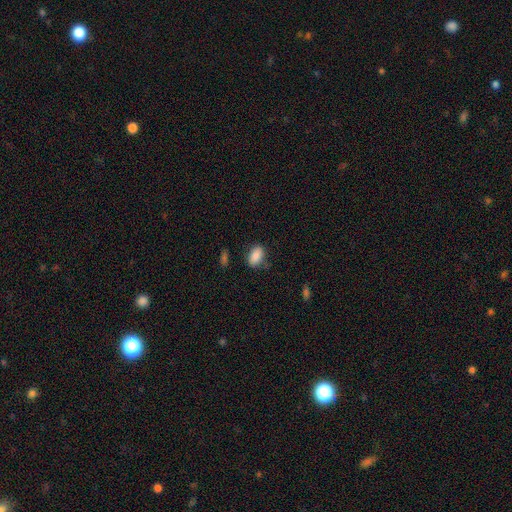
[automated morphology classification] Smooth or featured: smooth — 86% (star or artifact — 8%)
How rounded: in between — 90% (round — 8%)
Merging: none — 79% (minor disturbance — 14%)